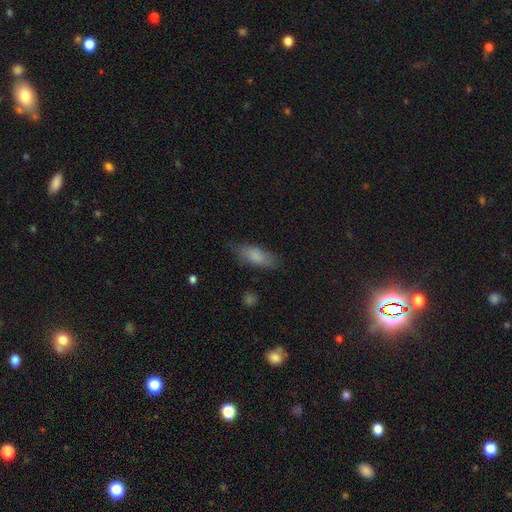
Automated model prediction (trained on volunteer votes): Overall: smooth (81%). How rounded: in between (71%). Merging: none (75%).